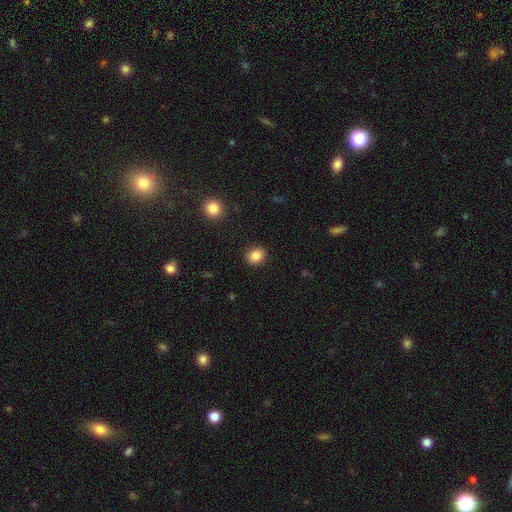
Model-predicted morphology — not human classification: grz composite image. It shows a smooth galaxy with no disk features (87%) that is round (62%). Merging: none (90%).